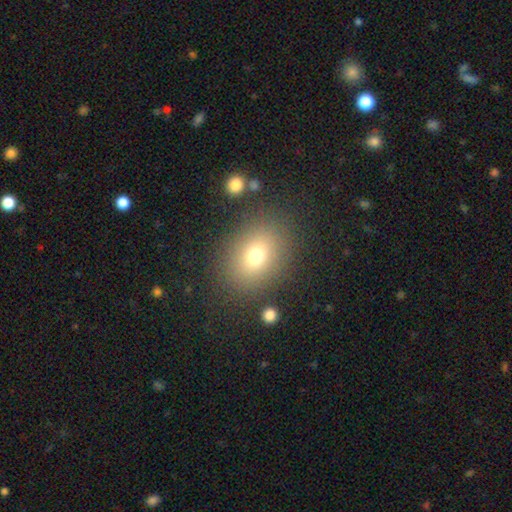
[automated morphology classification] smooth-or-featured: smooth: 73% | star or artifact: 14% | featured or disk: 13%
  how-rounded: in between: 59% | round: 40% | cigar-shaped: 1%
  merging: none: 83% | minor disturbance: 10% | major disturbance: 5% | merger: 3%